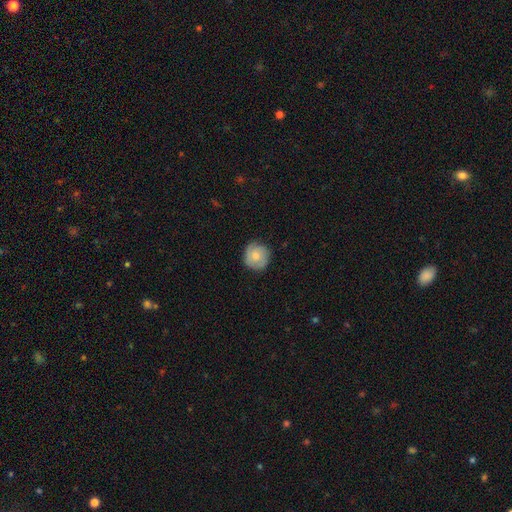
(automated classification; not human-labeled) Morphology: type=smooth (69%); roundness=round (92%); merging=none (79%).